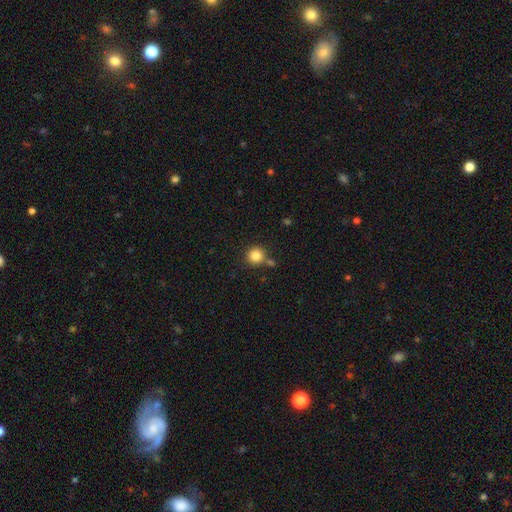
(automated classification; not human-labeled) smooth_or_featured: smooth (p=0.84) [alt: star or artifact p=0.11]
how_rounded: round (p=0.93) [alt: in between p=0.06]
merging: none (p=0.77) [alt: merger p=0.12]